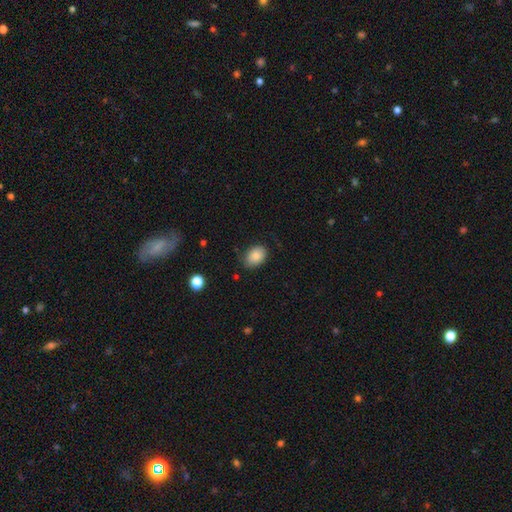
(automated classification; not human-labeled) A smooth galaxy with no disk features (85%) that is in between round and cigar-shaped (78%).

Vote fractions:
- Smooth or featured? smooth: 85% / star or artifact: 8% / featured or disk: 7%
- How rounded? in between: 78% / round: 21% / cigar-shaped: 1%
- Merging? none: 76% / minor disturbance: 19% / major disturbance: 4% / merger: 1%